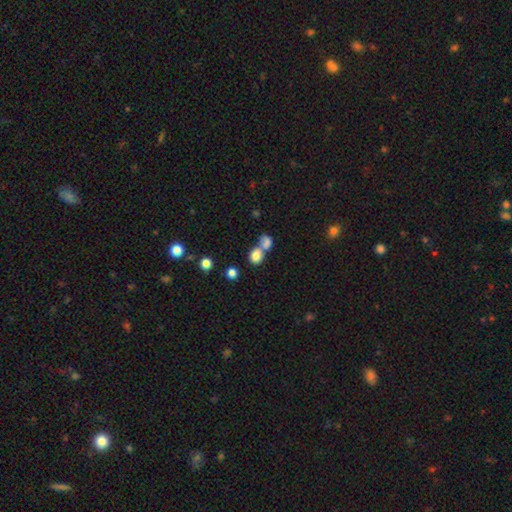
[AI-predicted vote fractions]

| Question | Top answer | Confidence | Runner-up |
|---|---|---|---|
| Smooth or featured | smooth | 81% | star or artifact (11%) |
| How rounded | round | 70% | in between (29%) |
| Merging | merger | 51% | none (38%) |